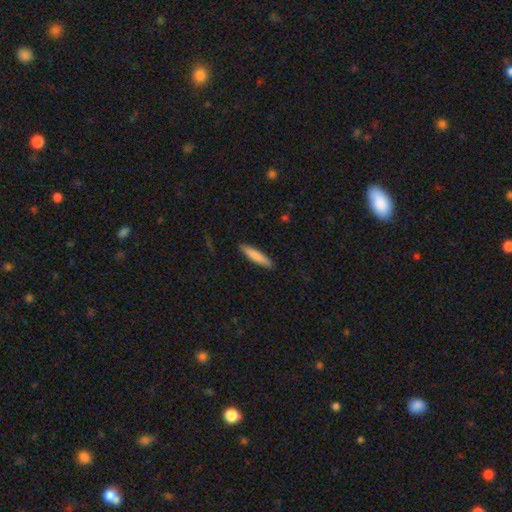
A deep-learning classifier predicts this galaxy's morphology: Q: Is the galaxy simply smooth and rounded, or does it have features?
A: smooth — 79%.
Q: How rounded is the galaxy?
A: cigar-shaped — 86%.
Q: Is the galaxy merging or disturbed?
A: none — 89%.